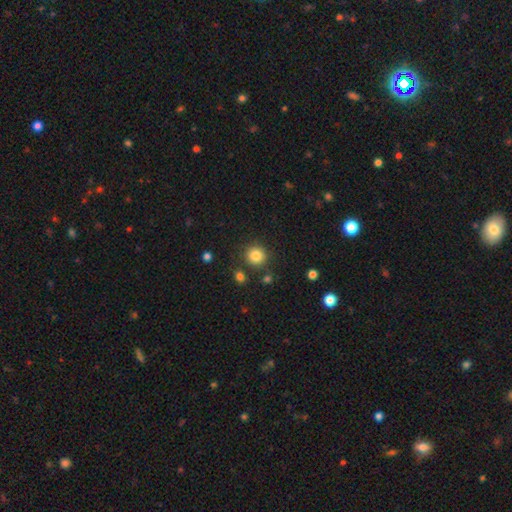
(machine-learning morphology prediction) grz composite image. It shows a smooth galaxy with no disk features (85%) that is round (92%). Merging: none (85%).